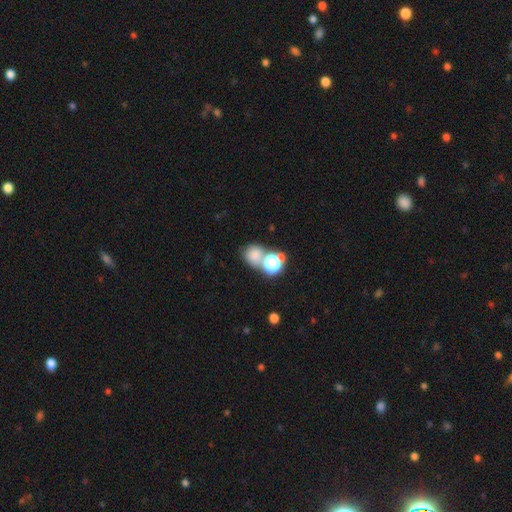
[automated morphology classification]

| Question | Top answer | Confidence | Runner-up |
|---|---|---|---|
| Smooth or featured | smooth | 68% | star or artifact (22%) |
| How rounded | round | 71% | in between (28%) |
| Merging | none | 45% | merger (39%) |